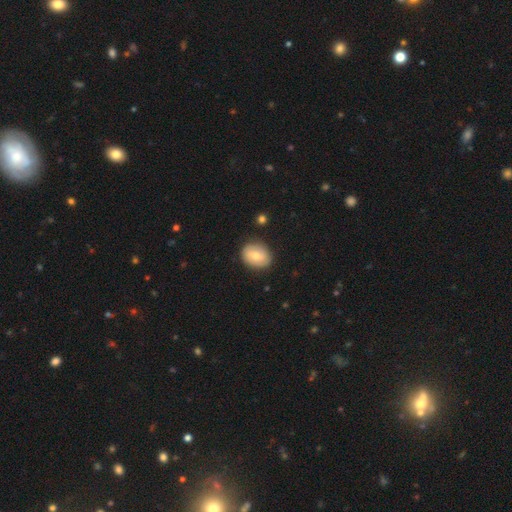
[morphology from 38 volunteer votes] Q: Smooth or featured?
A: smooth (66%); runner-up: featured or disk (26%)
Q: How rounded?
A: in between (52%); runner-up: round (48%)
Q: Merging?
A: none (80%); runner-up: minor disturbance (14%)